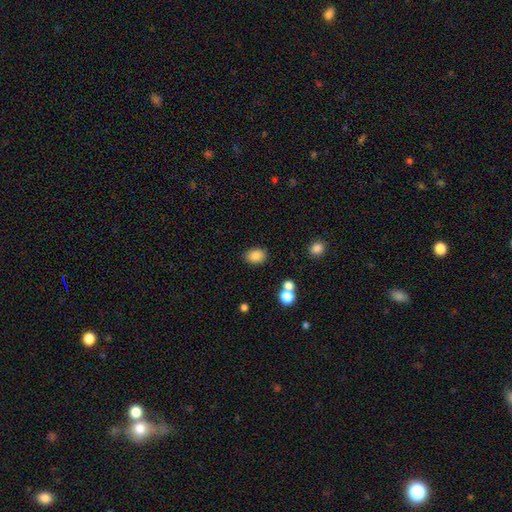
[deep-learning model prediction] Smooth or featured: smooth — 85% (star or artifact — 10%)
How rounded: in between — 70% (round — 29%)
Merging: none — 82% (minor disturbance — 11%)